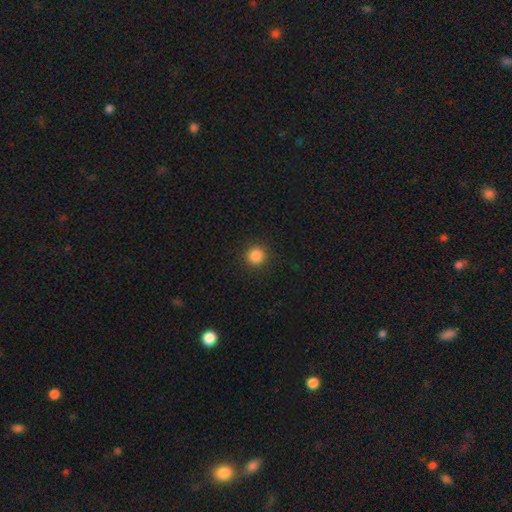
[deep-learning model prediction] smooth_or_featured: smooth (p=0.86) [alt: star or artifact p=0.11]
how_rounded: round (p=0.94) [alt: in between p=0.05]
merging: none (p=0.92) [alt: minor disturbance p=0.05]